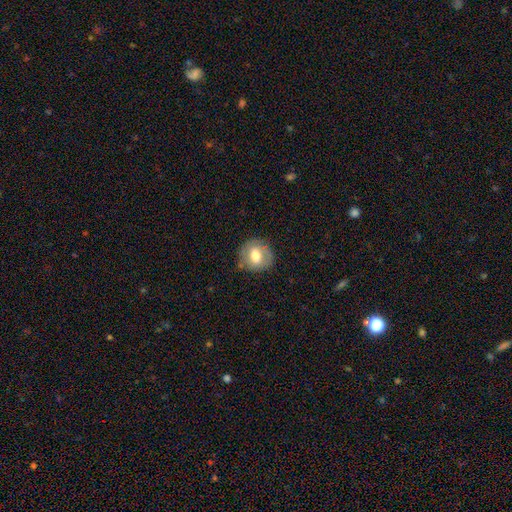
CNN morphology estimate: Overall: smooth (60%; featured or disk 33%). How rounded: round (83%). Merging: none (77%).